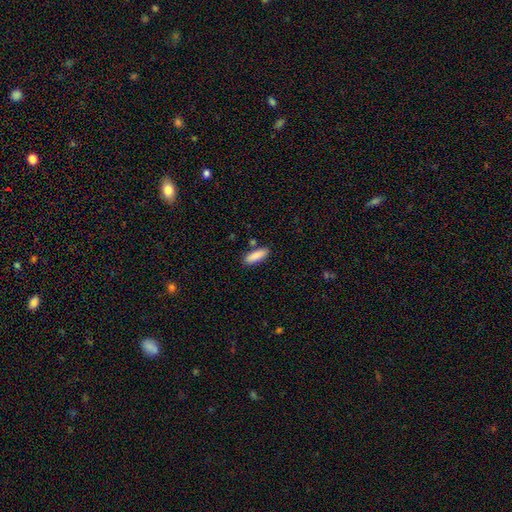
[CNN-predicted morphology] A smooth galaxy with no disk features (88%) that is in between round and cigar-shaped (55%). Merging: none (82%).